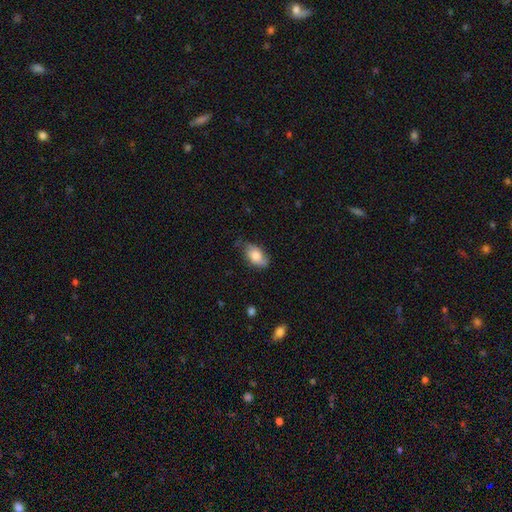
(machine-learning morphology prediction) smooth 73%, featured or disk 20%, star or artifact 7%. Down the decision tree: how rounded — in between (91%); merging — none (62%).